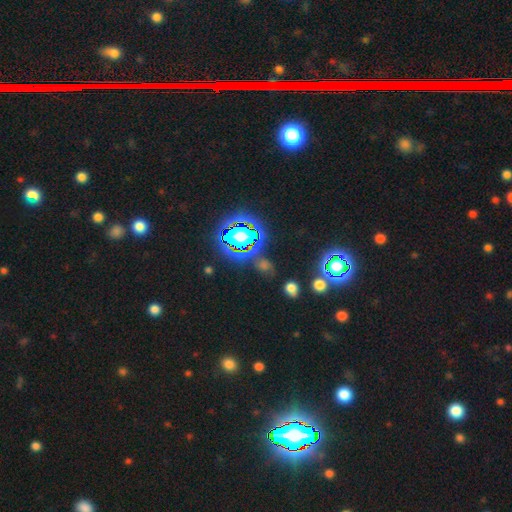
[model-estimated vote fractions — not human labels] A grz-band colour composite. It shows a star or artifact, not a galaxy (82%).